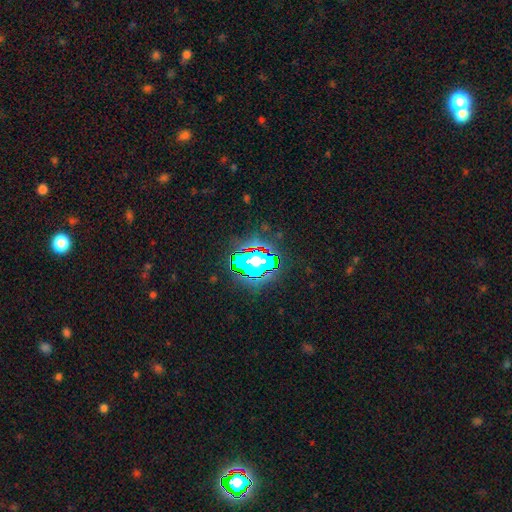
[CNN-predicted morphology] This is likely a star or artifact rather than a galaxy (75%).